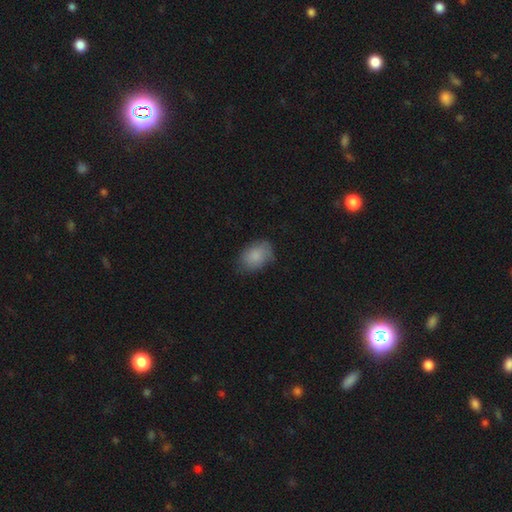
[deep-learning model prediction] A smooth galaxy with no disk features (85%) that is in between round and cigar-shaped (82%). Merging: none (68%).